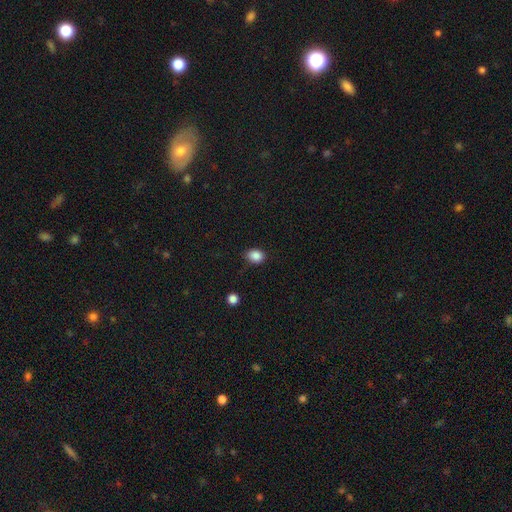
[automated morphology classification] This is clearly a smooth galaxy (86%). How rounded: possibly in between (53%). Merging: clearly none (80%).